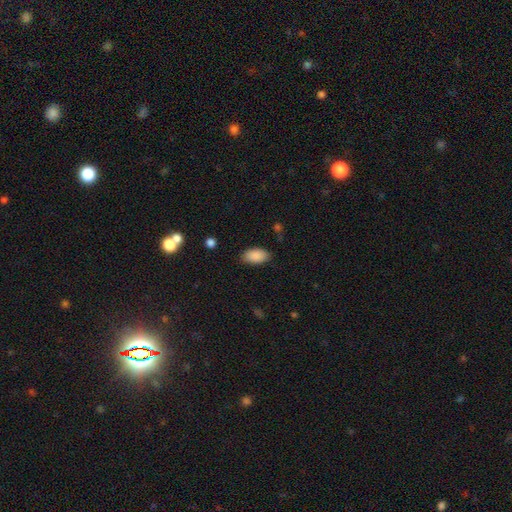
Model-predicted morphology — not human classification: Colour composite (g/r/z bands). It shows a smooth galaxy with no disk features (89%) that is in between round and cigar-shaped (94%). Merging: none (84%).